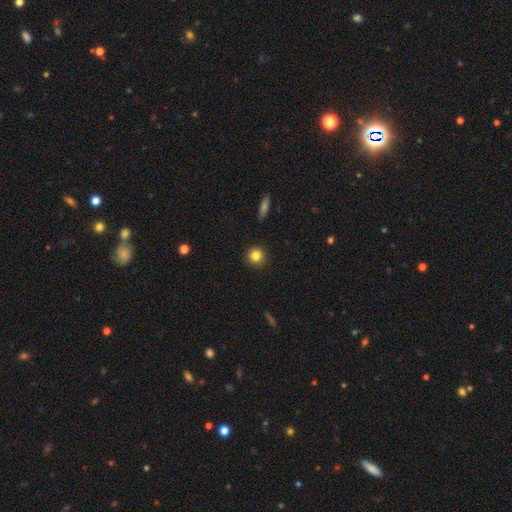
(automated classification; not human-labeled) Smooth or featured?
  - smooth: 83% *
  - star or artifact: 10%
  - featured or disk: 6%
How rounded?
  - round: 94% *
  - in between: 5%
  - cigar-shaped: 1%
Merging?
  - none: 92% *
  - minor disturbance: 5%
  - major disturbance: 2%
  - merger: 1%